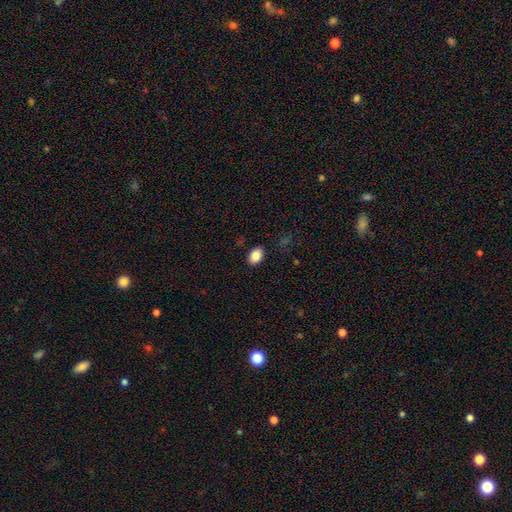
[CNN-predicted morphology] Smooth or featured: smooth — 87% (star or artifact — 8%)
How rounded: in between — 84% (round — 15%)
Merging: none — 88% (minor disturbance — 8%)